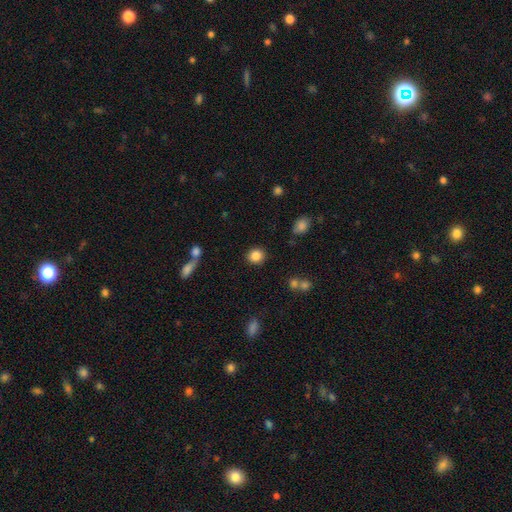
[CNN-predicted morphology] smooth_or_featured: smooth (p=0.85) [alt: star or artifact p=0.10]
how_rounded: round (p=0.84) [alt: in between p=0.15]
merging: none (p=0.88) [alt: minor disturbance p=0.07]